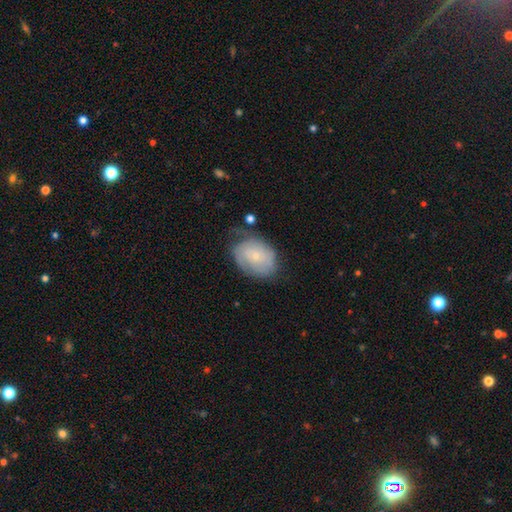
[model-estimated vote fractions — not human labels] featured or disk 47%, smooth 46%, star or artifact 7%. Down the decision tree: merging — none (53%).